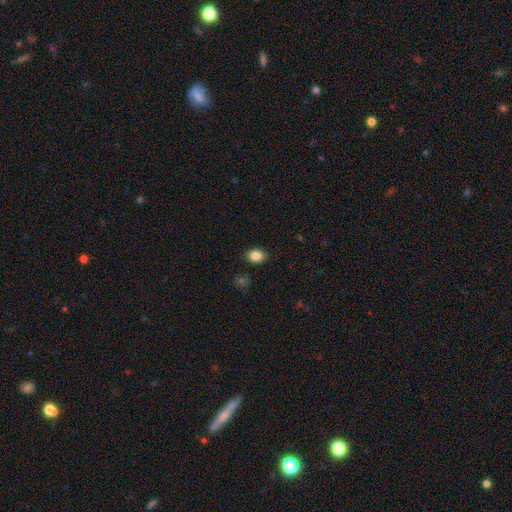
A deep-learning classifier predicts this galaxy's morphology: This is clearly a smooth galaxy (85%). How rounded: likely in between (65%). Merging: clearly none (87%).